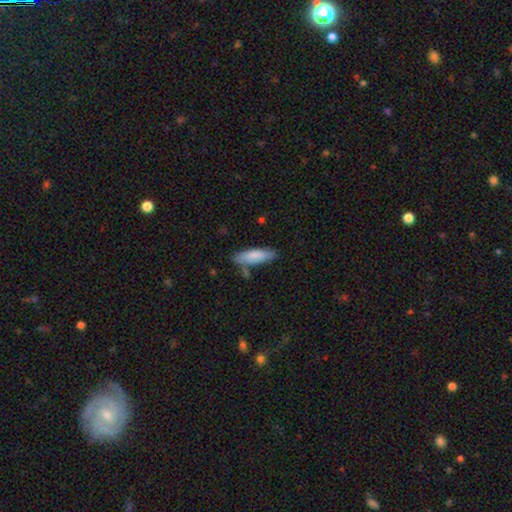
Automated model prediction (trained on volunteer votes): This is clearly a smooth galaxy (83%). How rounded: possibly cigar-shaped (53%). Merging: likely none (72%).